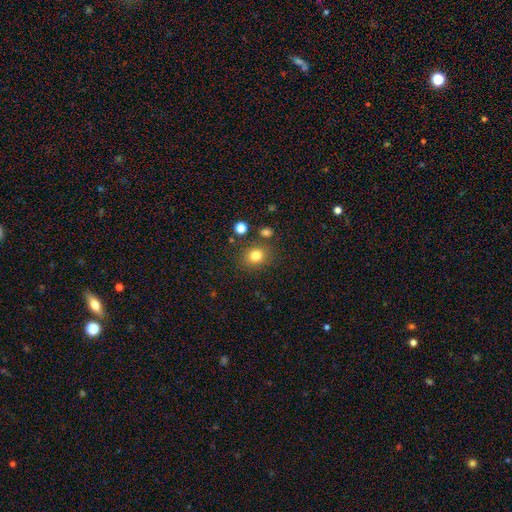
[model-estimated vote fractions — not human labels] Smooth or featured: smooth — 81% (star or artifact — 13%)
How rounded: round — 66% (in between — 33%)
Merging: none — 80% (minor disturbance — 10%)